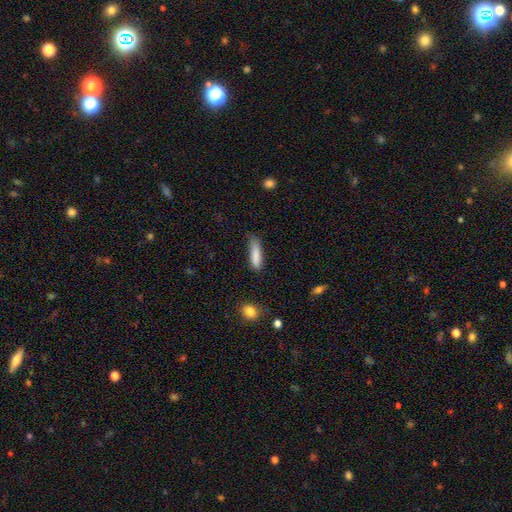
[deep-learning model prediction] The model was most divided on "merging": none: 60%, minor disturbance: 30%, major disturbance: 8%, merger: 2%. More confident: smooth or featured — smooth (85%); how rounded — cigar-shaped (70%).